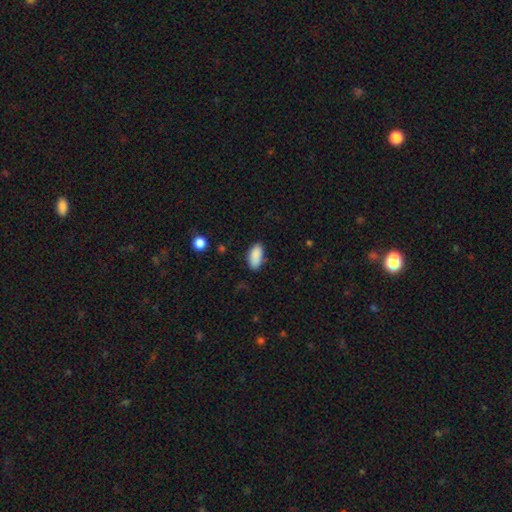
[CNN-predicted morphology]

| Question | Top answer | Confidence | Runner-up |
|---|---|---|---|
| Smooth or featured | smooth | 89% | star or artifact (7%) |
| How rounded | in between | 92% | cigar-shaped (6%) |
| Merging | none | 77% | minor disturbance (17%) |